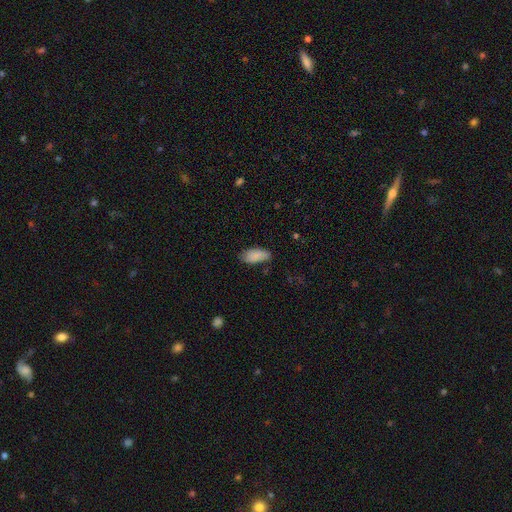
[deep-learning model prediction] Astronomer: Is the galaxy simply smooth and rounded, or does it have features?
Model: smooth — 84%.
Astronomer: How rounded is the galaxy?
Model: in between — 91%.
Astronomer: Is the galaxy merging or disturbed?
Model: none — 69%.